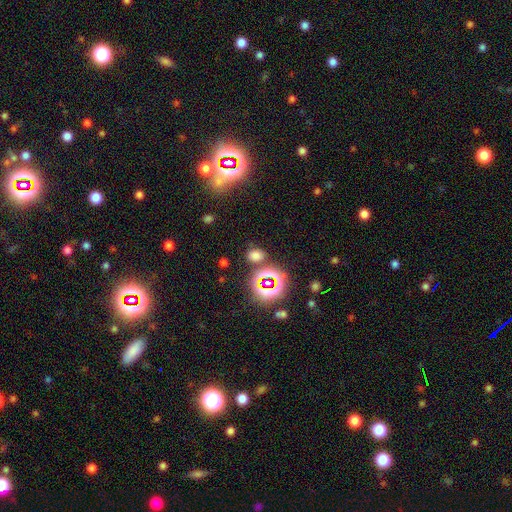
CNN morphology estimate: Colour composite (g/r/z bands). It shows a smooth galaxy with no disk features (60%) that is in between round and cigar-shaped (52%). Merging: none (75%).